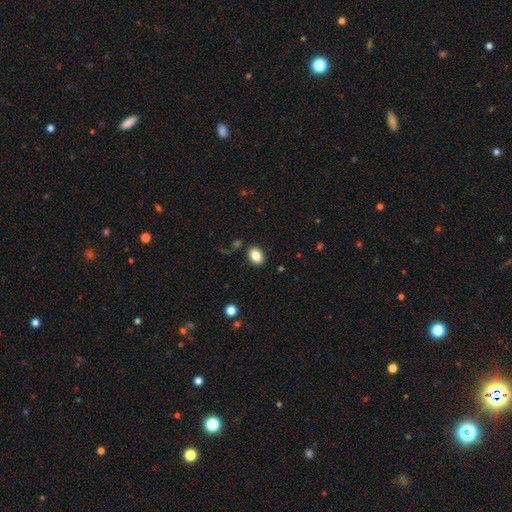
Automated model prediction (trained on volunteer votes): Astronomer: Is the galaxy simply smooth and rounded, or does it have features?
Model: smooth — 85%.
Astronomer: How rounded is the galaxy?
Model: in between — 76%.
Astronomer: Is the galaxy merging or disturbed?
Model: none — 87%.